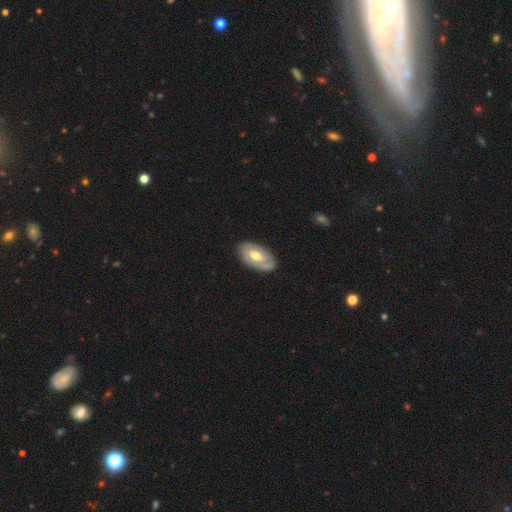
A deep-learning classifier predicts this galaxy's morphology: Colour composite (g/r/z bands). It shows a featured or disk galaxy (62%) with no bar (57%), spiral arms (54%) and a moderate central bulge (74%). Merging: none (78%).